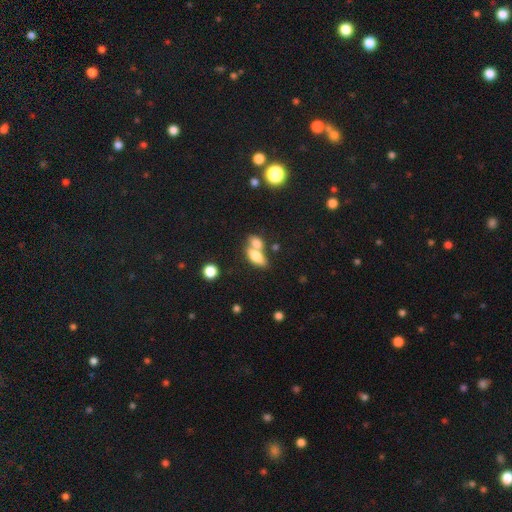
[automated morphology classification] The model was most divided on "merging": merger: 59%, none: 28%, minor disturbance: 8%, major disturbance: 5%. More confident: how rounded — in between (80%); smooth or featured — smooth (72%).